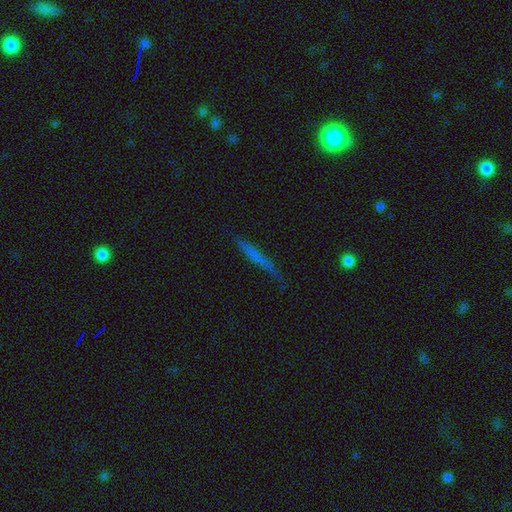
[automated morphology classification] Smooth or featured? Predicted: smooth (p=0.52). How rounded? Predicted: cigar-shaped (p=0.95). Merging? Predicted: none (p=0.78).